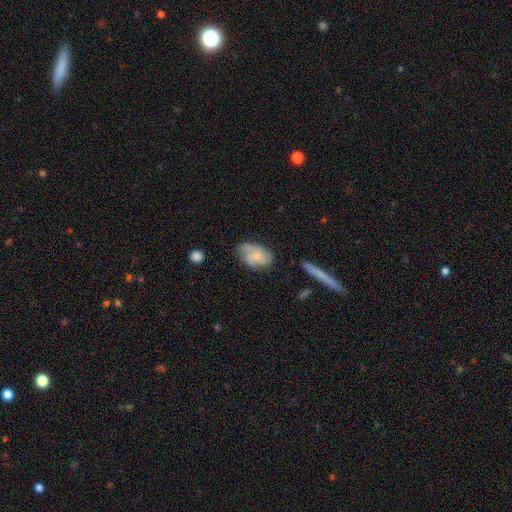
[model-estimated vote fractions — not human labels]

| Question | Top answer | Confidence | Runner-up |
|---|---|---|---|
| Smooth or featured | featured or disk | 49% | smooth (44%) |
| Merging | none | 60% | minor disturbance (28%) |